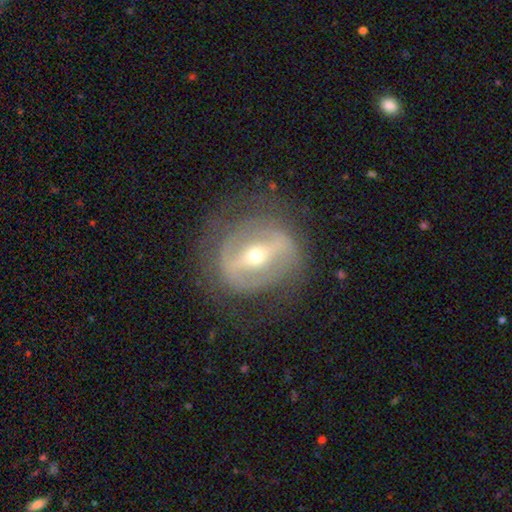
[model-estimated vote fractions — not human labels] A featured or disk galaxy (78%) with a strong bar (72%), no spiral arms (62%) and a moderate central bulge (48%, tied with small).

Vote fractions:
- Smooth or featured? featured or disk: 78% / smooth: 15% / star or artifact: 7%
- Edge-on disk? no: 89% / yes: 11%
- Bar? strong: 72% / weak: 18% / no: 10%
- Spiral arms? no: 62% / yes: 38%
- Bulge size? moderate: 48% (tied) / small: 48% (tied) / large: 3% / dominant: 1% / none: 1%
- Merging? none: 69% / minor disturbance: 16% / major disturbance: 14% / merger: 1%